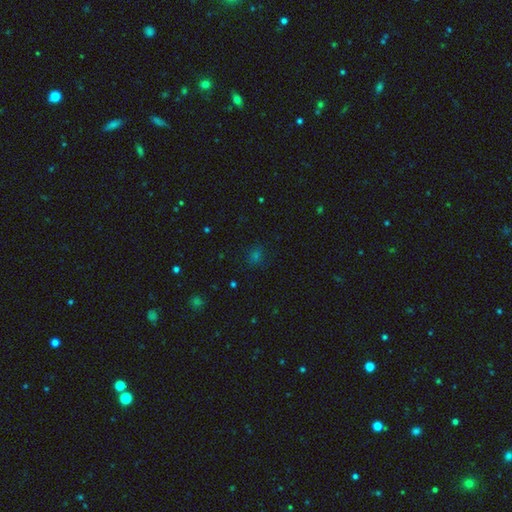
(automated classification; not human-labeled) Morphology: type=smooth (51%); roundness=round (62%); merging=none (83%).